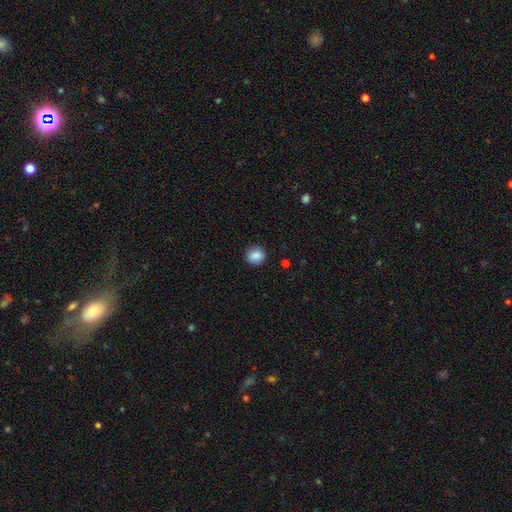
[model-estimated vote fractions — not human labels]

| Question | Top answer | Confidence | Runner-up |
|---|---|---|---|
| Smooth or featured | smooth | 87% | star or artifact (9%) |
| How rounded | round | 89% | in between (10%) |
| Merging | none | 90% | minor disturbance (7%) |